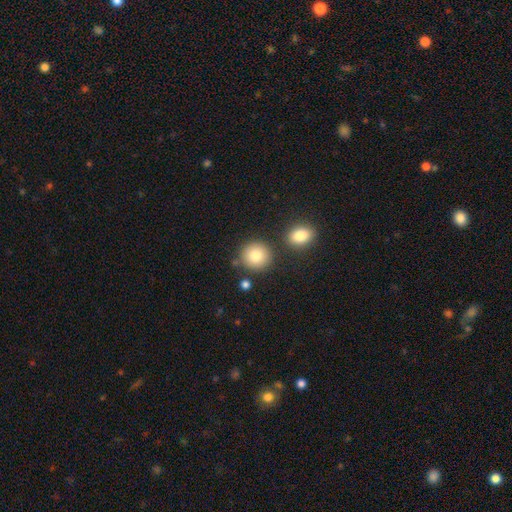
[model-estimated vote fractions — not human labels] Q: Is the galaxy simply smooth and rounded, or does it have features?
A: smooth — 81%.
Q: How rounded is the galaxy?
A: round — 91%.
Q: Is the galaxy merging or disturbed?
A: none — 80%.